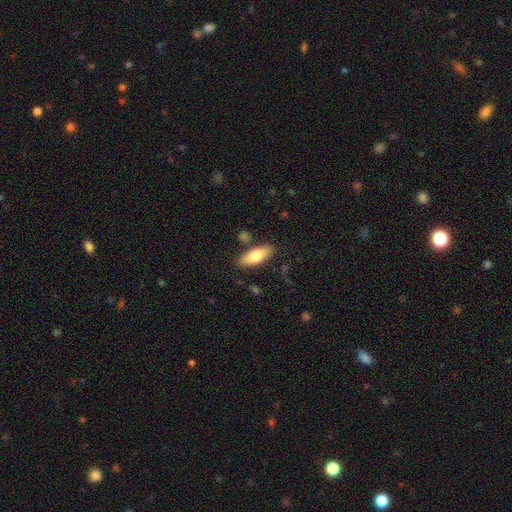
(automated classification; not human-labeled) This appears to be a smooth galaxy with no disk features (73%) that is in between round and cigar-shaped (73%). Merging: none (82%).